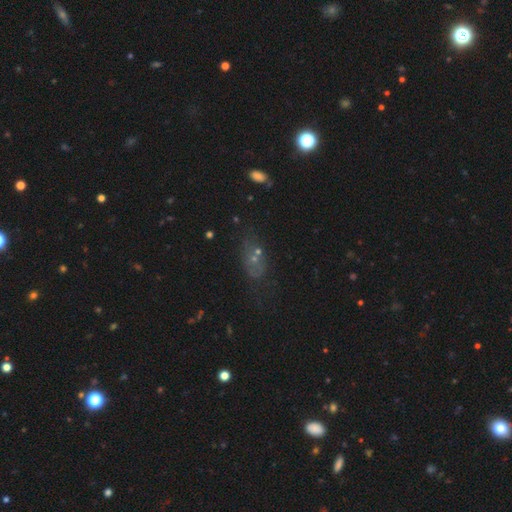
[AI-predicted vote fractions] This is marginally a smooth galaxy (42%). Merging: possibly none (50%).